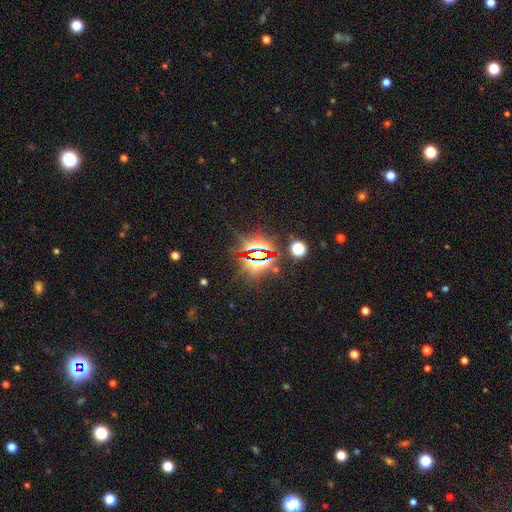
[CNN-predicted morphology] Q: Smooth or featured?
A: star or artifact (79%); runner-up: smooth (12%)